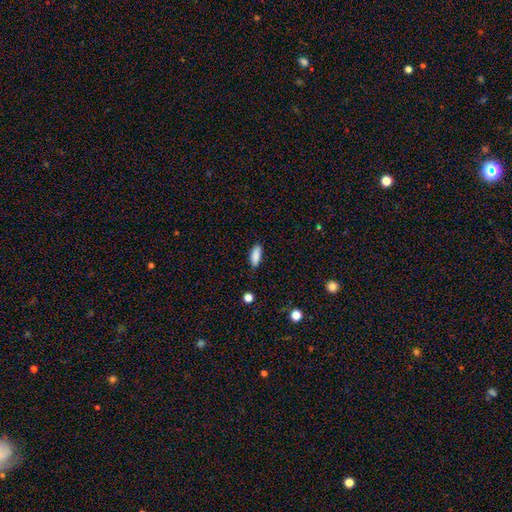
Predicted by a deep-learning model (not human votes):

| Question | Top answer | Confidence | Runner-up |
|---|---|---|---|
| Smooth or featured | smooth | 88% | star or artifact (7%) |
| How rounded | in between | 68% | cigar-shaped (30%) |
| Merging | none | 83% | minor disturbance (13%) |